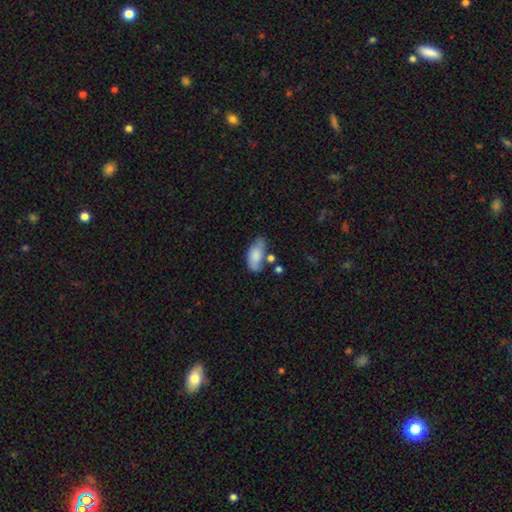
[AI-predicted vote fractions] A smooth galaxy with no disk features (73%) that is in between round and cigar-shaped (91%). Merging: none (48%).